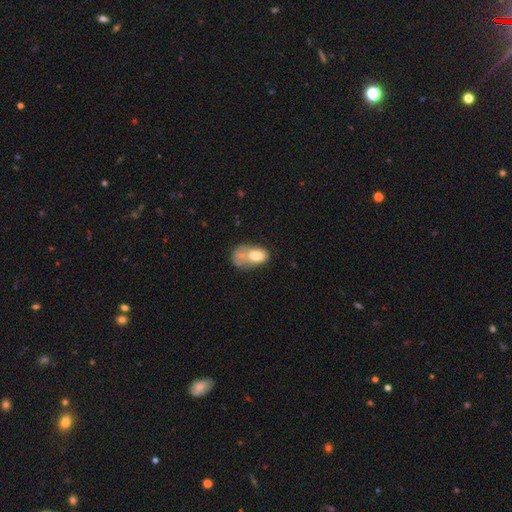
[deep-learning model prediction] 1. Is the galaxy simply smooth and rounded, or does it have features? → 66% smooth, 26% featured or disk, 8% star or artifact.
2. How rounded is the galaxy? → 83% in between, 15% round, 2% cigar-shaped.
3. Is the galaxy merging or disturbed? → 47% merger, 20% major disturbance, 17% none, 16% minor disturbance.